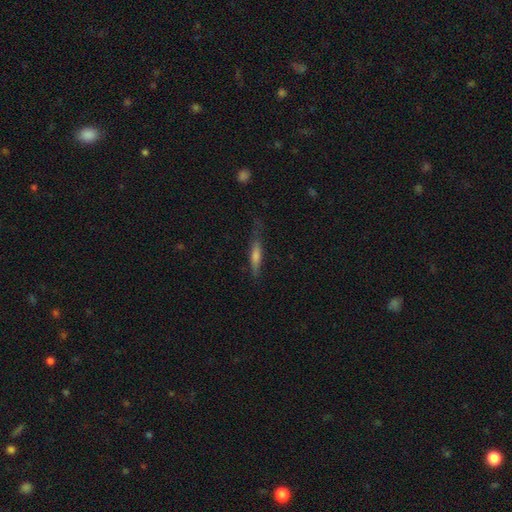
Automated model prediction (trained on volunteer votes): Q: Smooth or featured?
A: smooth (50%); runner-up: featured or disk (42%)
Q: How rounded?
A: cigar-shaped (88%); runner-up: in between (10%)
Q: Merging?
A: none (68%); runner-up: minor disturbance (23%)